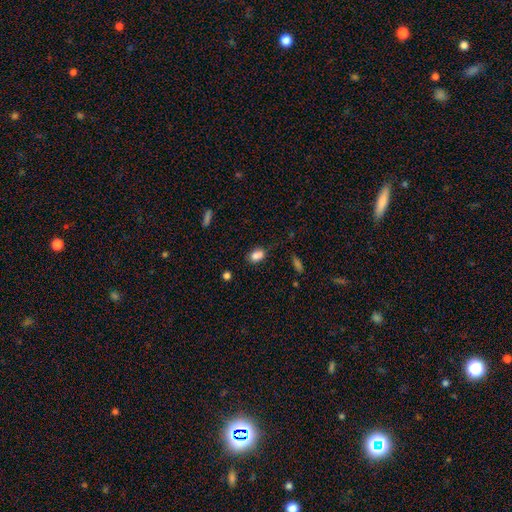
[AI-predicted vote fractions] A smooth galaxy with no disk features (83%) that is in between round and cigar-shaped (82%).

Vote fractions:
- Smooth or featured? smooth: 83% / star or artifact: 10% / featured or disk: 7%
- How rounded? in between: 82% / round: 16% / cigar-shaped: 2%
- Merging? none: 68% / minor disturbance: 20% / merger: 7% / major disturbance: 5%